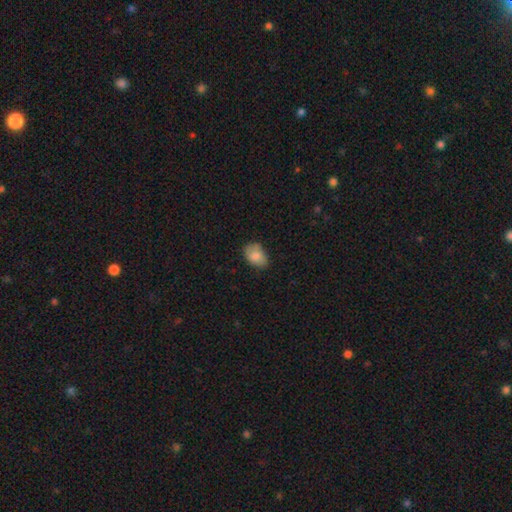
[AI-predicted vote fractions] Smooth or featured: smooth — 83% (featured or disk — 10%)
How rounded: in between — 82% (round — 17%)
Merging: none — 72% (minor disturbance — 23%)